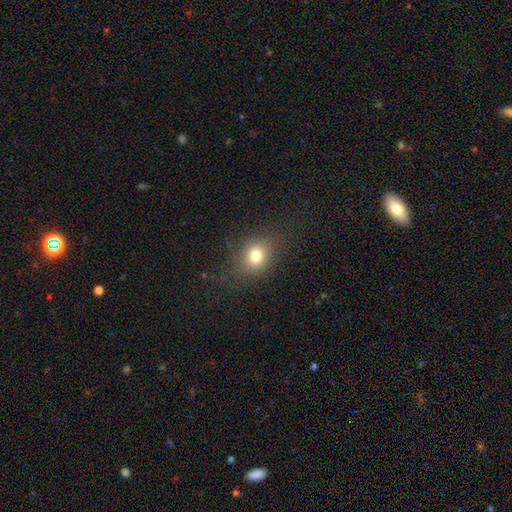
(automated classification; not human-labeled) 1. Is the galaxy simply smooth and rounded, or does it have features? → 77% smooth, 14% star or artifact, 10% featured or disk.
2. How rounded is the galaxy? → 52% round, 46% in between, 1% cigar-shaped.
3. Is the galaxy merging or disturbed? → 80% none, 13% minor disturbance, 6% major disturbance, 1% merger.